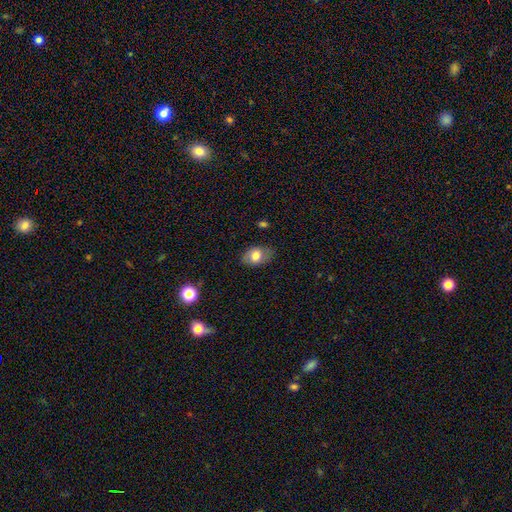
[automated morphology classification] Overall: smooth (73%). How rounded: in between (83%). Merging: none (77%).